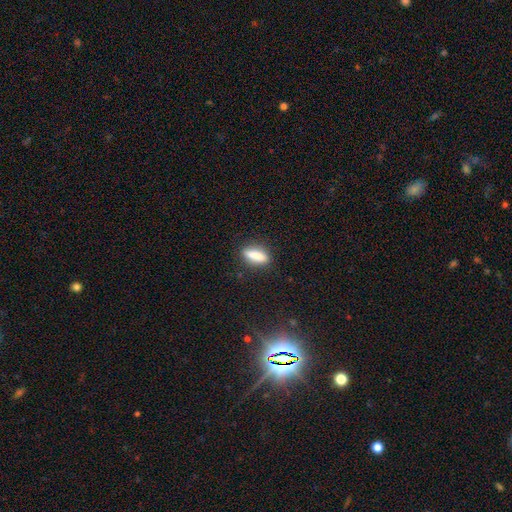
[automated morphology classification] smooth-or-featured: smooth: 81% | featured or disk: 11% | star or artifact: 8%
  how-rounded: in between: 50% | cigar-shaped: 46% | round: 3%
  merging: none: 84% | minor disturbance: 11% | major disturbance: 3% | merger: 1%